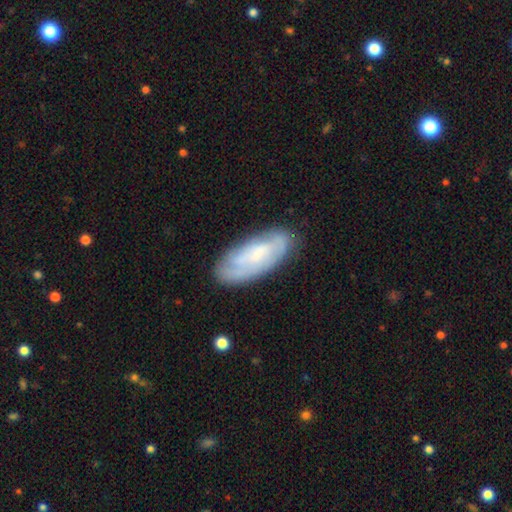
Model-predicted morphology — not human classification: type=featured or disk (55%); edge-on=no (89%); merging=none (77%).